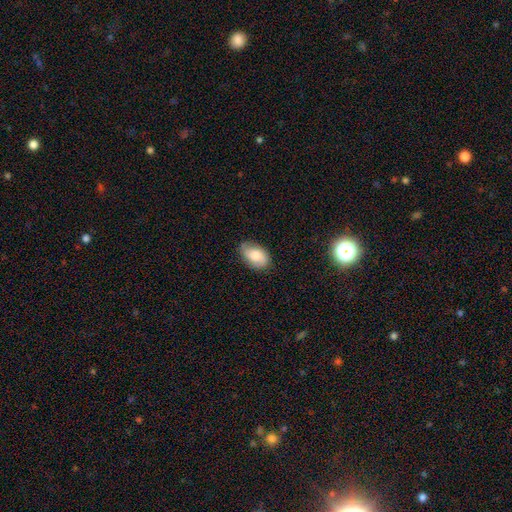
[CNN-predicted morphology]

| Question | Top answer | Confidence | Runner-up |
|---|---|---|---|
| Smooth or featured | smooth | 62% | featured or disk (30%) |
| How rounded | in between | 90% | round (8%) |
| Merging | none | 75% | minor disturbance (19%) |